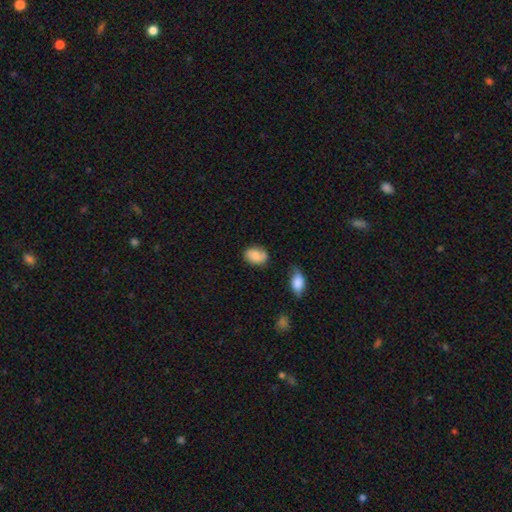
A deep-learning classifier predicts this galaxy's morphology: type=smooth (73%); roundness=in between (76%); merging=none (62%).